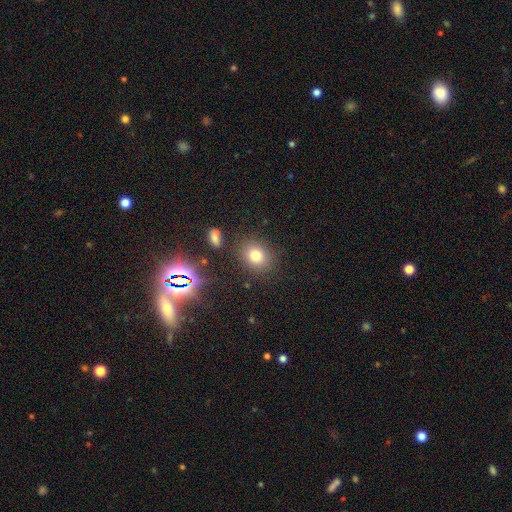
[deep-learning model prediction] Smooth or featured?
  - smooth: 75% *
  - star or artifact: 16%
  - featured or disk: 9%
How rounded?
  - round: 64% *
  - in between: 34%
  - cigar-shaped: 1%
Merging?
  - none: 84% *
  - minor disturbance: 9%
  - major disturbance: 4%
  - merger: 3%